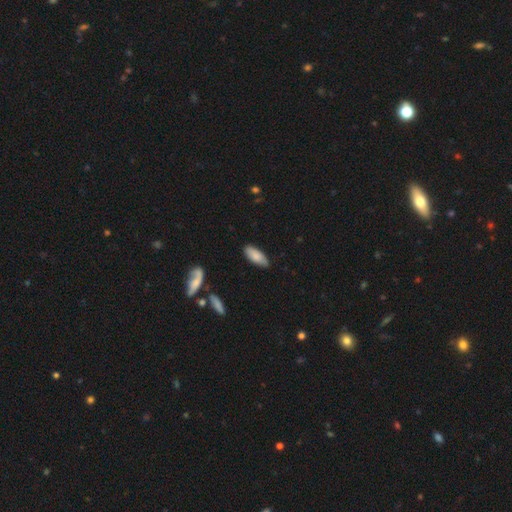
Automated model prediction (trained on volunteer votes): Smooth or featured? smooth (81%)
How rounded? in between (81%)
Merging? none (80%)